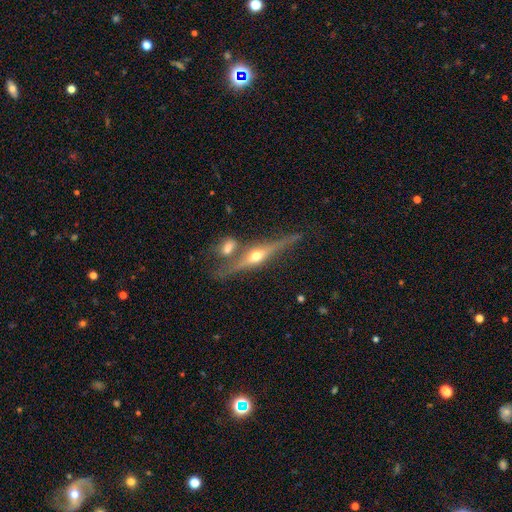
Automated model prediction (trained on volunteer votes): featured or disk 80%, smooth 13%, star or artifact 7%. Down the decision tree: edge-on disk — yes (95%); edge-on bulge — rounded (93%); merging — none (70%).